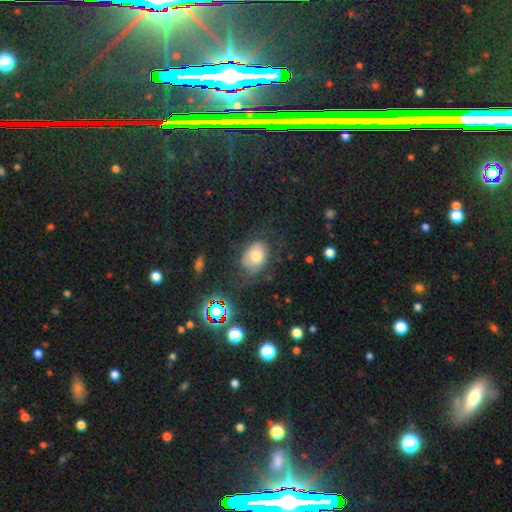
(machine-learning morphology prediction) smooth_or_featured: smooth (p=0.51) [alt: featured or disk p=0.26]
how_rounded: in between (p=0.71) [alt: round p=0.27]
merging: none (p=0.58) [alt: minor disturbance p=0.23]